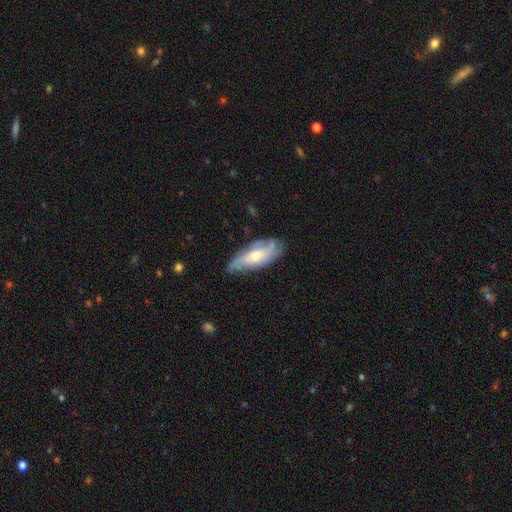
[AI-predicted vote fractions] This appears to be a featured or disk galaxy (65%) with no bar (69%), spiral arms (83%) and a moderate central bulge (62%). Merging: none (69%).